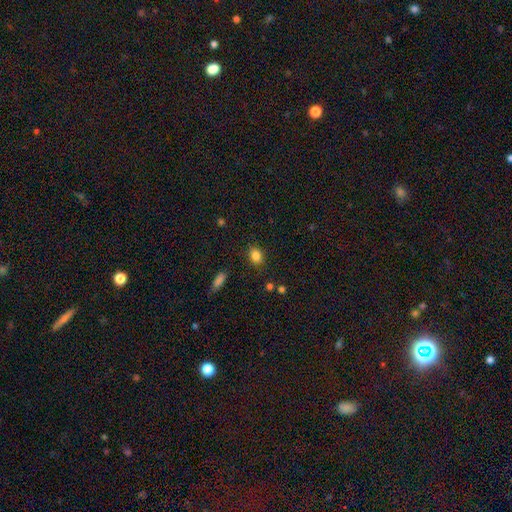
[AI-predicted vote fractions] A smooth galaxy with no disk features (84%) that is in between round and cigar-shaped (60%).

Vote fractions:
- Smooth or featured? smooth: 84% / star or artifact: 10% / featured or disk: 6%
- How rounded? in between: 60% / round: 39% / cigar-shaped: 2%
- Merging? none: 85% / minor disturbance: 11% / major disturbance: 3% / merger: 2%